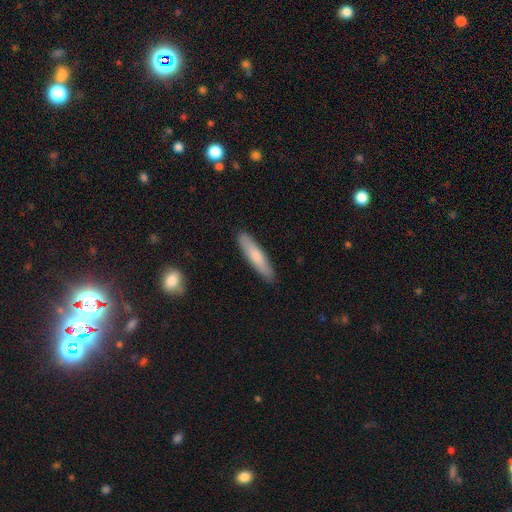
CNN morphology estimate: A smooth galaxy with no disk features (72%) that is cigar-shaped (85%). Merging: none (89%).